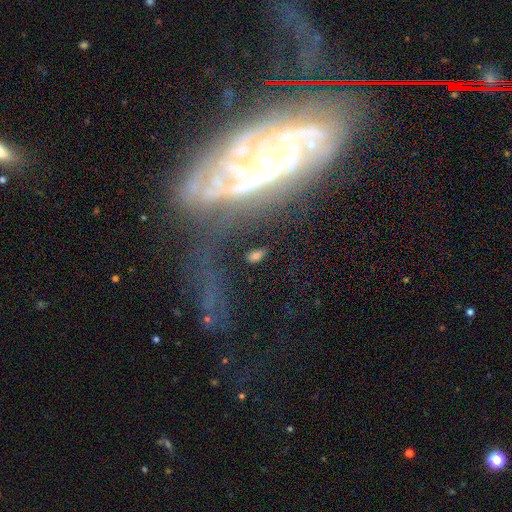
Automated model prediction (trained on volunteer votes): Smooth or featured: smooth — 63% (featured or disk — 21%)
How rounded: in between — 84% (round — 8%)
Merging: none — 78% (minor disturbance — 12%)